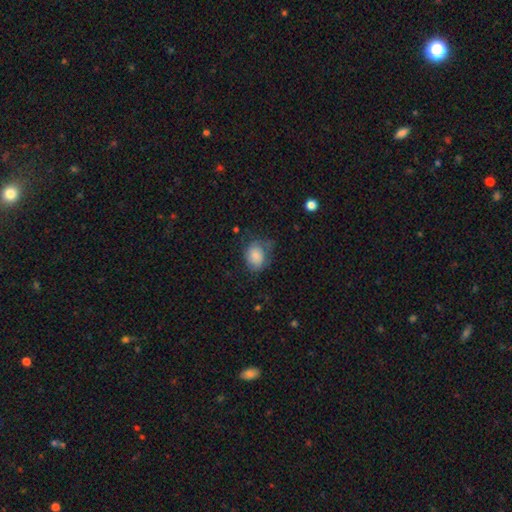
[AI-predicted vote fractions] Overall: smooth (73%). How rounded: round (50%; in between 49%). Merging: none (47%; minor disturbance 33%).